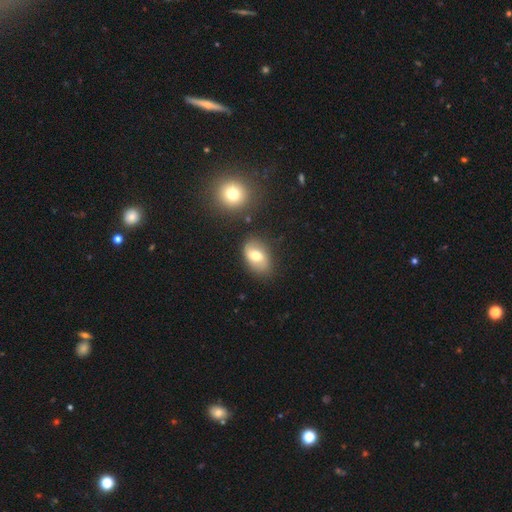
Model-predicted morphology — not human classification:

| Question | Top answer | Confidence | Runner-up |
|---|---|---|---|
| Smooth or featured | smooth | 63% | featured or disk (29%) |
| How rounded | in between | 85% | round (14%) |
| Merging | none | 76% | minor disturbance (15%) |